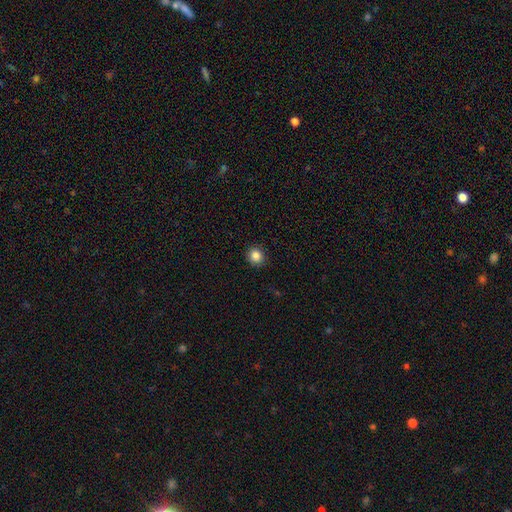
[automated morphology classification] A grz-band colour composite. It shows a smooth galaxy with no disk features (85%) that is round (87%). Merging: none (91%).